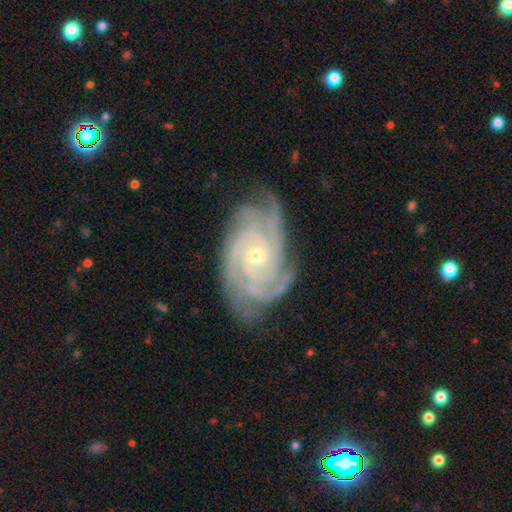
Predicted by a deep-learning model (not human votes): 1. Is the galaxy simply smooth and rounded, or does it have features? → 91% featured or disk, 5% star or artifact, 4% smooth.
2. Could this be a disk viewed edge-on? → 97% no, 3% yes.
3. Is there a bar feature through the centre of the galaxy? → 70% no, 23% weak, 7% strong.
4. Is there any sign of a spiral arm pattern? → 98% yes, 2% no.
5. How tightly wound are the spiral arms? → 74% tight, 23% medium, 3% loose.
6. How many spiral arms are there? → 31% 4, 30% 3, 13% can't tell, 12% 2, 8% more than 4, 6% 1.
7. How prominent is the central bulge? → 67% small, 30% moderate, 1% large, 1% none, 1% dominant.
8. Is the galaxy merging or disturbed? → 74% none, 19% minor disturbance, 6% major disturbance, 1% merger.